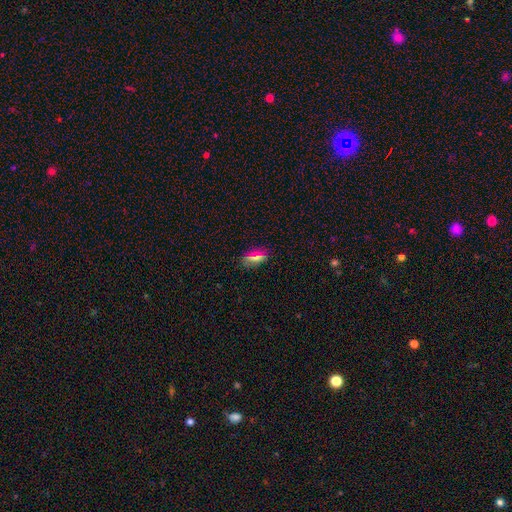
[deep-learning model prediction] smooth_or_featured: smooth (p=0.58) [alt: featured or disk p=0.23]
how_rounded: in between (p=0.68) [alt: cigar-shaped p=0.22]
merging: none (p=0.87) [alt: minor disturbance p=0.10]